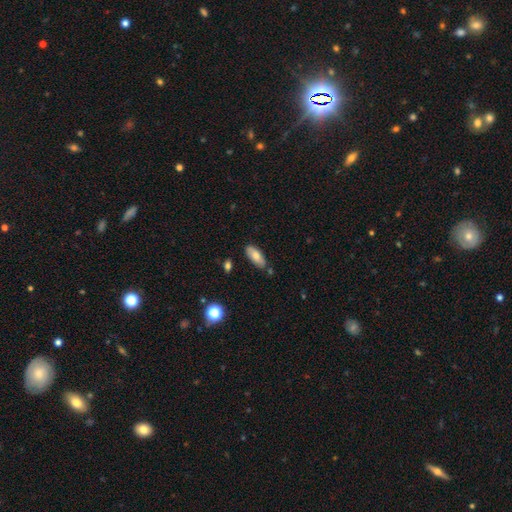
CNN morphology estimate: type=smooth (74%); roundness=in between (85%); merging=none (76%).